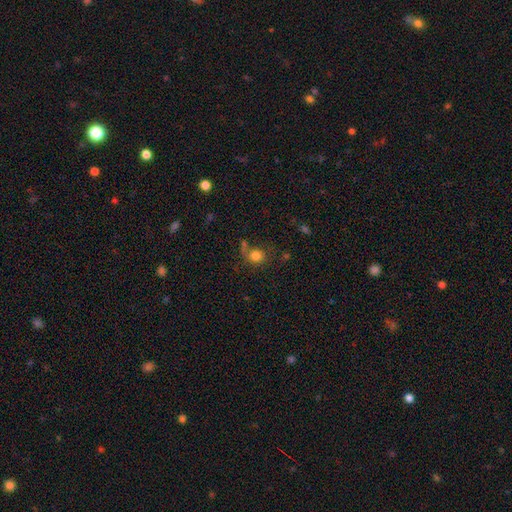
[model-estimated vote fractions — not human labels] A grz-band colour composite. It shows a smooth galaxy with no disk features (79%) that is round (76%). Merging: none (55%).